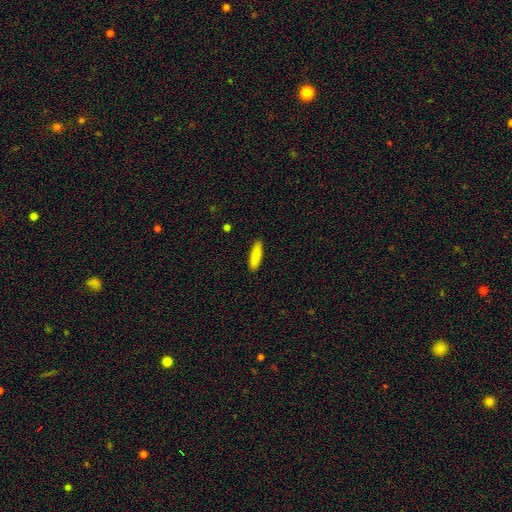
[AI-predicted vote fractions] smooth_or_featured: smooth (p=0.88) [alt: star or artifact p=0.06]
how_rounded: cigar-shaped (p=0.68) [alt: in between p=0.31]
merging: none (p=0.90) [alt: minor disturbance p=0.07]